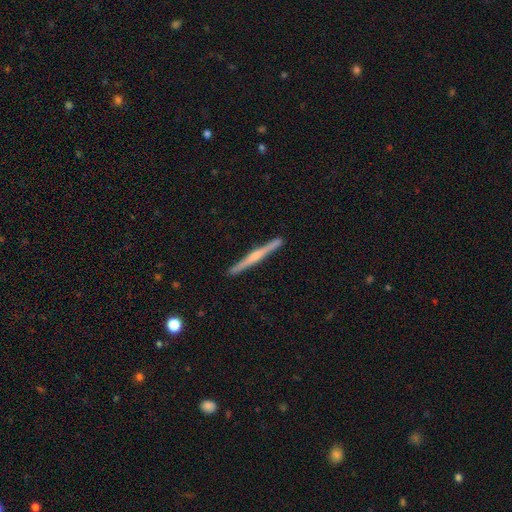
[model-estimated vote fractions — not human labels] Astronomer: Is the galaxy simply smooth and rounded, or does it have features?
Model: featured or disk — 73%.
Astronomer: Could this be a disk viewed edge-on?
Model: yes — 98%.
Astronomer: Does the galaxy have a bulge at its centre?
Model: rounded — 75%.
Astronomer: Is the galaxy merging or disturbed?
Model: none — 92%.